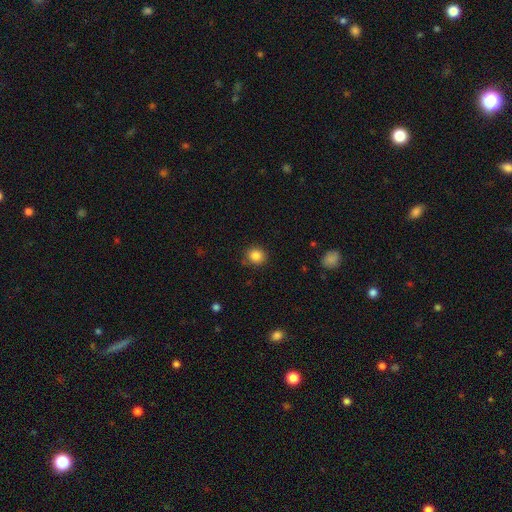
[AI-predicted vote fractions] A smooth galaxy with no disk features (85%) that is round (84%). Merging: none (86%).